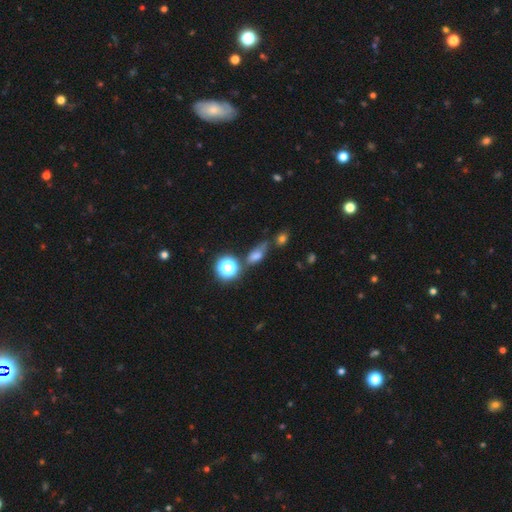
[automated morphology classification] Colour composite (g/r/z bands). It shows a smooth galaxy with no disk features (58%) that is in between round and cigar-shaped (57%). Merging: none (53%).